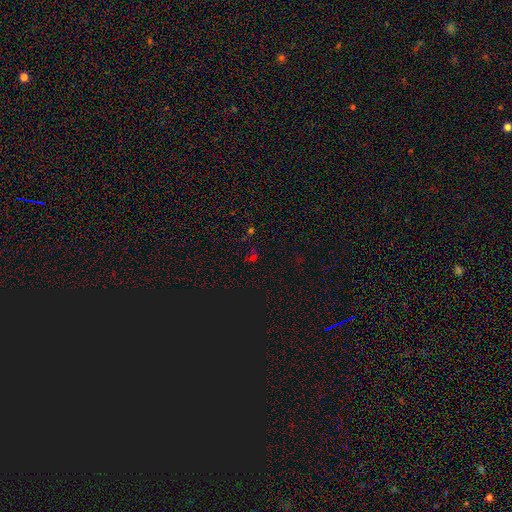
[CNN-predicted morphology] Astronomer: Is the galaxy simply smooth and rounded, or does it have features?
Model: star or artifact — 63%.